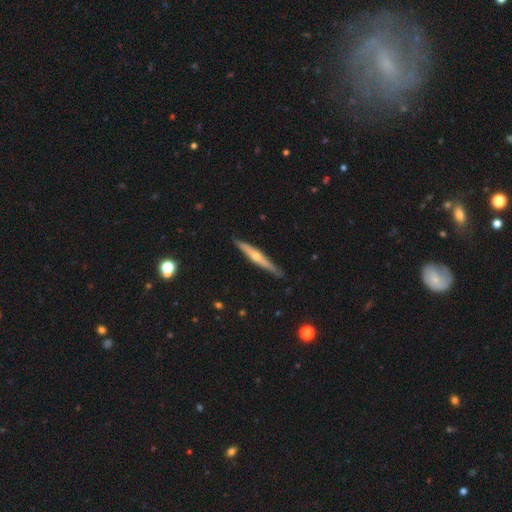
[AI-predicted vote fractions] Smooth or featured: featured or disk — 66% (smooth — 29%)
Edge-on disk: yes — 96% (no — 4%)
Edge-on bulge: rounded — 83% (none — 14%)
Merging: none — 87% (minor disturbance — 10%)